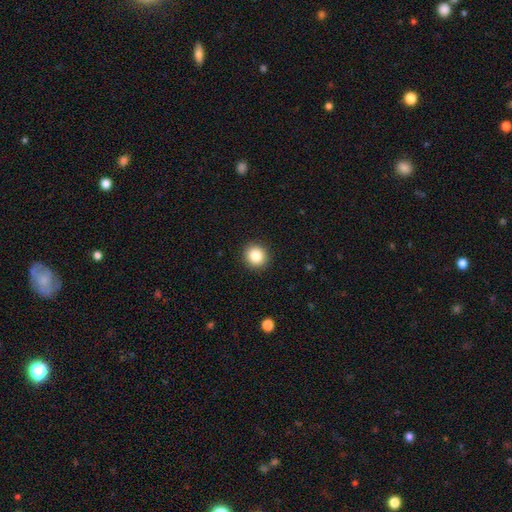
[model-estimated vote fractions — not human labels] Overall: smooth (86%). How rounded: round (88%). Merging: none (92%).